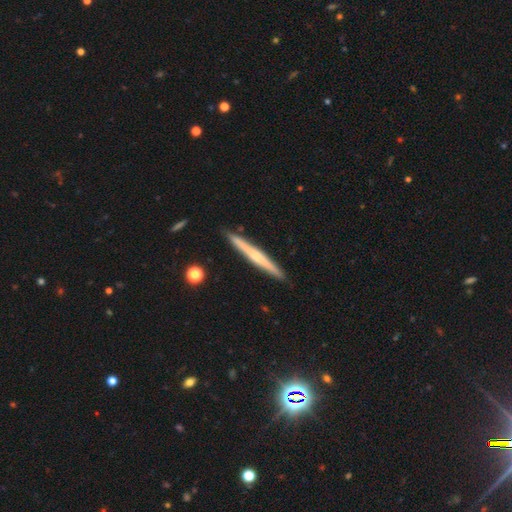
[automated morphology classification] This appears to be a featured or disk galaxy (58%) viewed edge-on (98%) with a rounded central bulge (52%). Merging: none (91%).